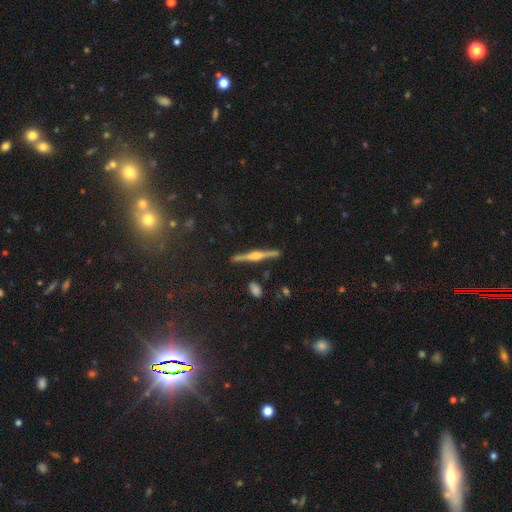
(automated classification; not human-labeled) A featured or disk galaxy (81%) viewed edge-on (98%) with a rounded central bulge (90%). Merging: none (89%).